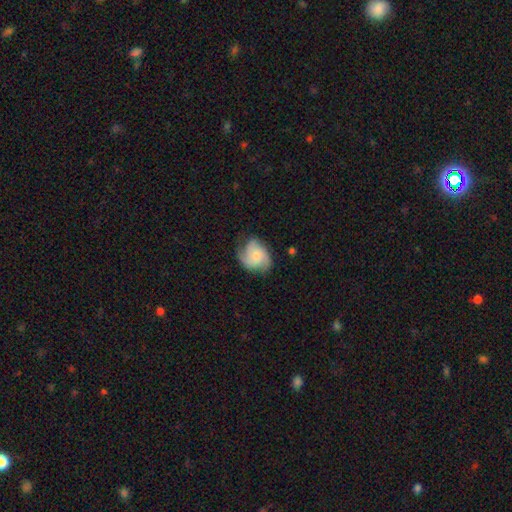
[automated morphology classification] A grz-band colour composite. It shows a featured or disk galaxy (57%) with no bar (76%), 3 (43%) medium (45%) spiral arms (90%) and a small central bulge (49%). Merging: none (59%).